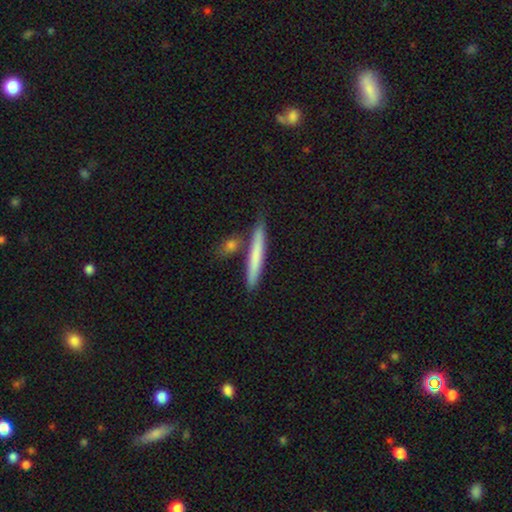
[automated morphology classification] smooth 70%, featured or disk 25%, star or artifact 5%. Down the decision tree: how rounded — cigar-shaped (95%); merging — none (76%).